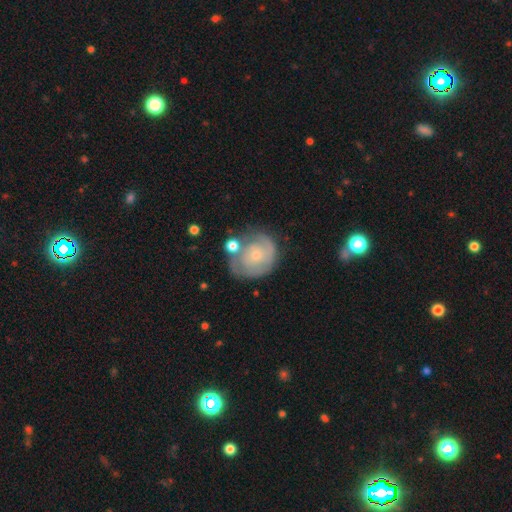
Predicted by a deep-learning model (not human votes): A featured or disk galaxy (68%) with no bar (77%), 2 (38%) tight (61%) spiral arms (83%) and a small central bulge (72%).

Vote fractions:
- Smooth or featured? featured or disk: 68% / smooth: 26% / star or artifact: 6%
- Edge-on disk? no: 98% / yes: 2%
- Bar? no: 77% / weak: 20% / strong: 3%
- Spiral arms? yes: 83% / no: 17%
- Spiral winding? tight: 61% / medium: 28% / loose: 11%
- Spiral arm count? 2: 38% / can't tell: 34% / 1: 12% / 3: 10% / 4: 3% / more than 4: 3%
- Bulge size? small: 72% / moderate: 20% / none: 5% / large: 2% / dominant: 1%
- Merging? none: 57% / minor disturbance: 22% / major disturbance: 11% / merger: 10%